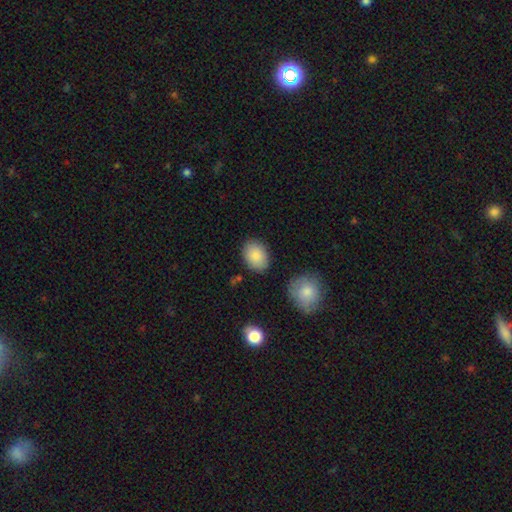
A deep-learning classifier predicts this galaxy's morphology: Smooth or featured? Predicted: smooth (p=0.88). How rounded? Predicted: in between (p=0.76). Merging? Predicted: none (p=0.83).